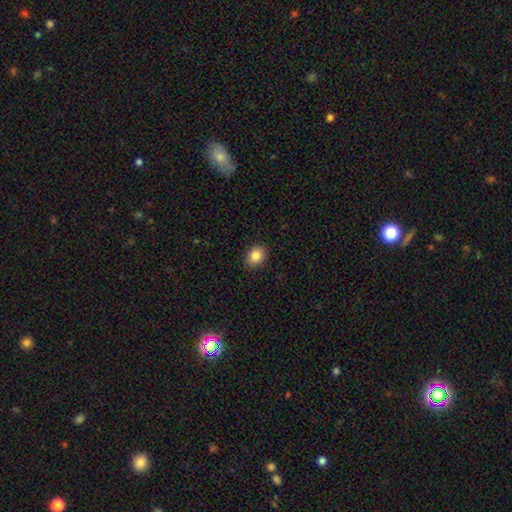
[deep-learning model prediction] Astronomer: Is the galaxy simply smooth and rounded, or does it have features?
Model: smooth — 86%.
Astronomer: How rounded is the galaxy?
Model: in between — 53% (runner-up: round, 46%).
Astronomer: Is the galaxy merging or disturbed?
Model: none — 88%.